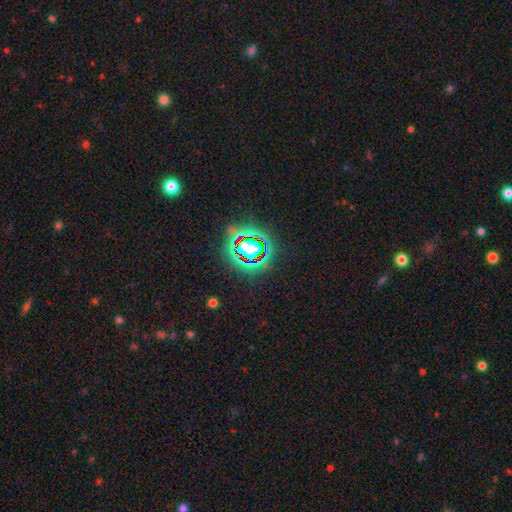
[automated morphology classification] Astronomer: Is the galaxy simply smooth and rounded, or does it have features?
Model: star or artifact — 80%.